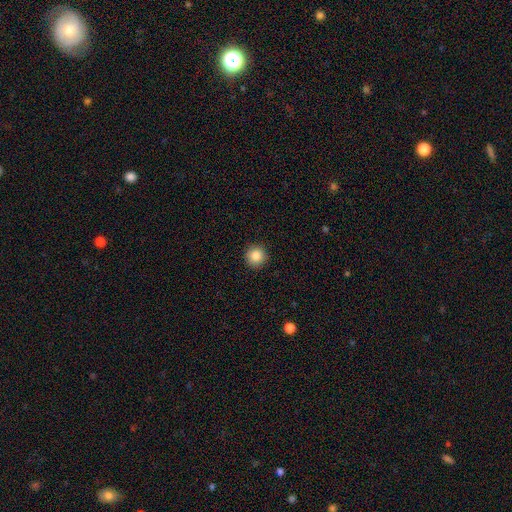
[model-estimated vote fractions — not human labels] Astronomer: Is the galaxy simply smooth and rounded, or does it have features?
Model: smooth — 87%.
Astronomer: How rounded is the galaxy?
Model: round — 95%.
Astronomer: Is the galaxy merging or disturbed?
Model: none — 92%.